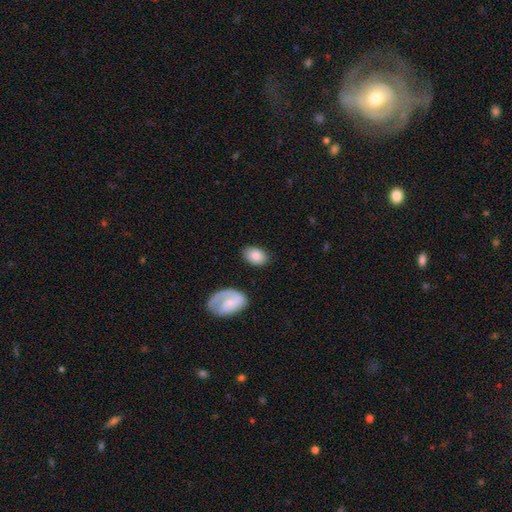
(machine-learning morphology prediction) smooth 80%, featured or disk 14%, star or artifact 6%. Down the decision tree: how rounded — in between (85%); merging — none (80%).